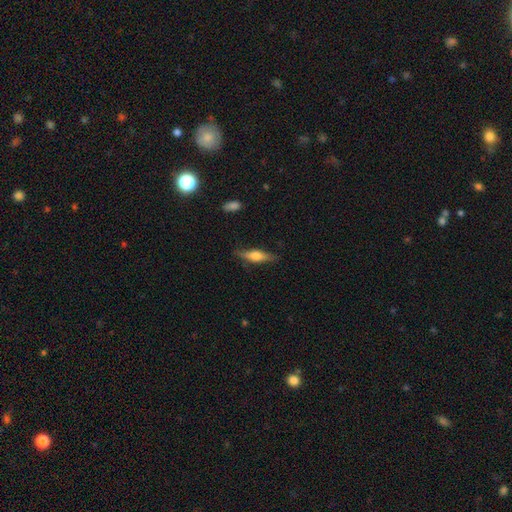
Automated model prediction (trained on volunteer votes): Smooth or featured? featured or disk (53%)
Edge-on disk? yes (94%)
Merging? none (81%)